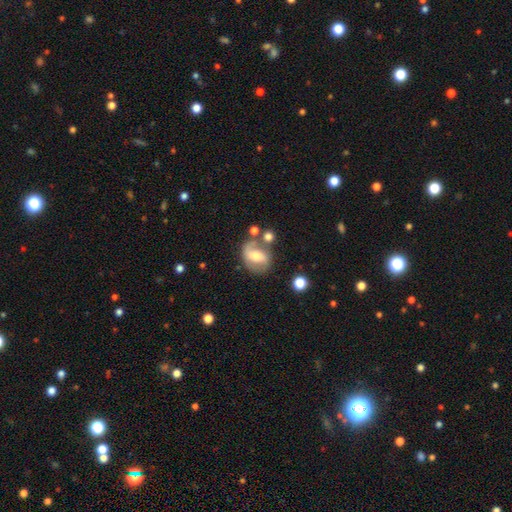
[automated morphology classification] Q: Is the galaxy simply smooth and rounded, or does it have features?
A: featured or disk — 62%.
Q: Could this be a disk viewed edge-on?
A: no — 95%.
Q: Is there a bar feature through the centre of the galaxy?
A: weak — 38%.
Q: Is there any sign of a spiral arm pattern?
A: yes — 75%.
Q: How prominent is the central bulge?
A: moderate — 63%.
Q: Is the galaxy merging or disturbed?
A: none — 59%.